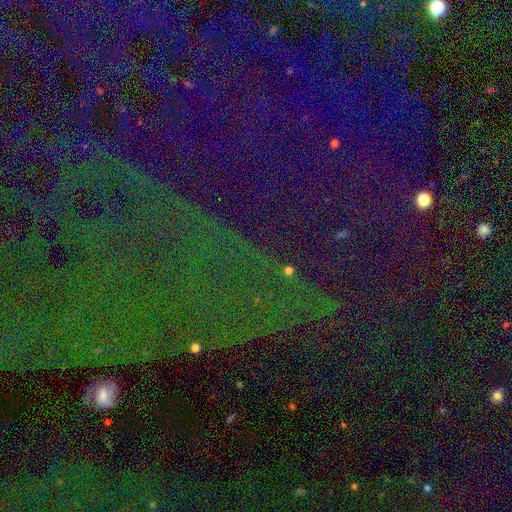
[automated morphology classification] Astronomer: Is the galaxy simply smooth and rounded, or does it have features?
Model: star or artifact — 84%.